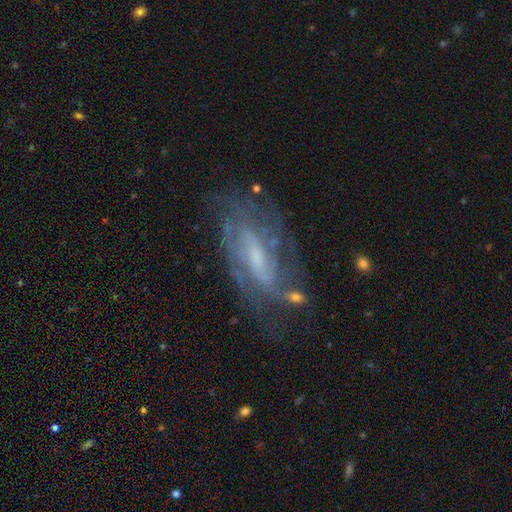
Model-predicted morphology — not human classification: Smooth or featured?
  - featured or disk: 81% *
  - smooth: 11%
  - star or artifact: 7%
Edge-on disk?
  - no: 91% *
  - yes: 9%
Bar?
  - weak: 46% *
  - no: 32%
  - strong: 21%
Spiral arms?
  - yes: 89% *
  - no: 11%
Spiral winding?
  - tight: 44% *
  - medium: 41%
  - loose: 15%
Spiral arm count?
  - 2: 37% *
  - can't tell: 35%
  - 3: 14%
  - 4: 6%
  - 1: 4%
  - more than 4: 4%
Bulge size?
  - small: 53% *
  - moderate: 30%
  - none: 13%
  - large: 4%
  - dominant: 1%
Merging?
  - none: 63% *
  - minor disturbance: 20%
  - major disturbance: 12%
  - merger: 4%